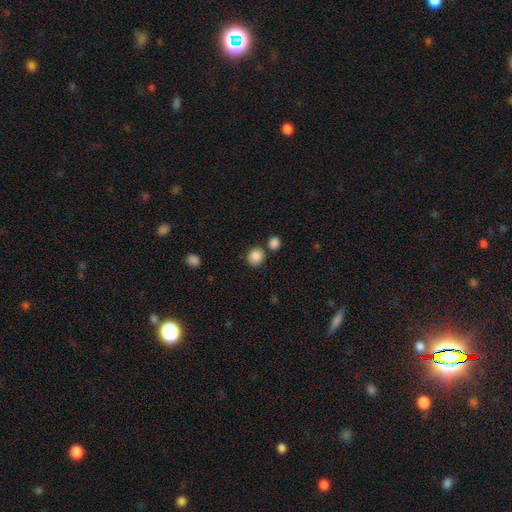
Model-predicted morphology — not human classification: This is clearly a smooth galaxy (87%). How rounded: clearly round (82%). Merging: likely none (76%).